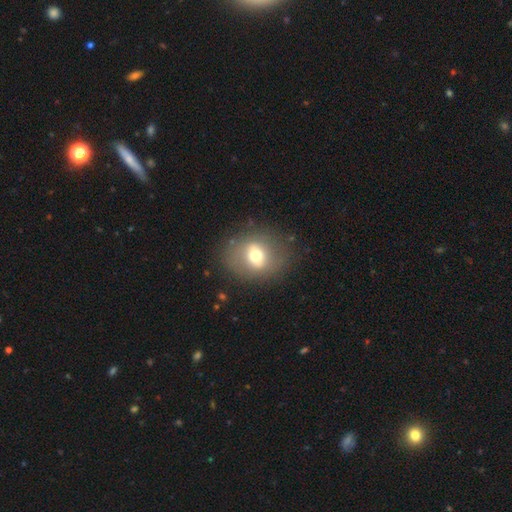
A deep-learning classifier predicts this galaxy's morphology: smooth_or_featured: smooth (p=0.56) [alt: featured or disk p=0.33]
how_rounded: round (p=0.62) [alt: in between p=0.37]
merging: none (p=0.79) [alt: minor disturbance p=0.12]